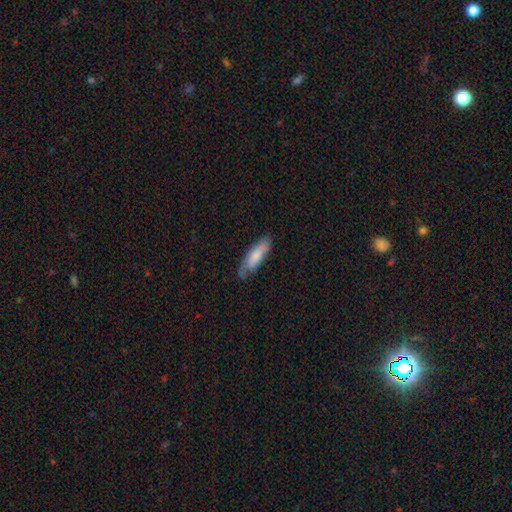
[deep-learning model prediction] Smooth or featured?
  - smooth: 66% *
  - featured or disk: 28%
  - star or artifact: 6%
How rounded?
  - cigar-shaped: 49% * (tied)
  - in between: 49% * (tied)
  - round: 2%
Merging?
  - none: 63% *
  - minor disturbance: 27%
  - major disturbance: 8%
  - merger: 2%